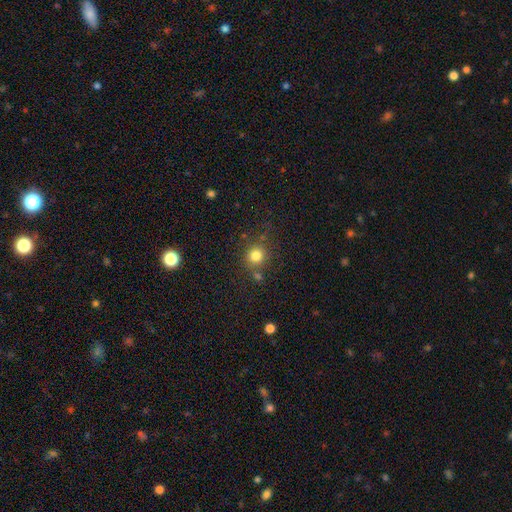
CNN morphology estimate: This appears to be a smooth galaxy with no disk features (80%) that is round (89%). Merging: none (74%).